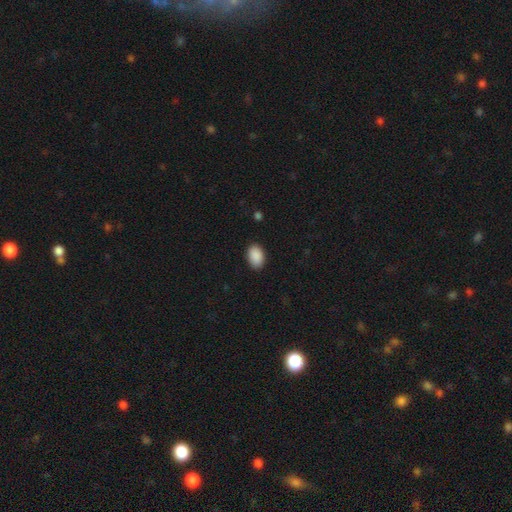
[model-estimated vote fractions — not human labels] Smooth or featured: smooth — 90% (star or artifact — 7%)
How rounded: in between — 90% (round — 9%)
Merging: none — 88% (minor disturbance — 9%)